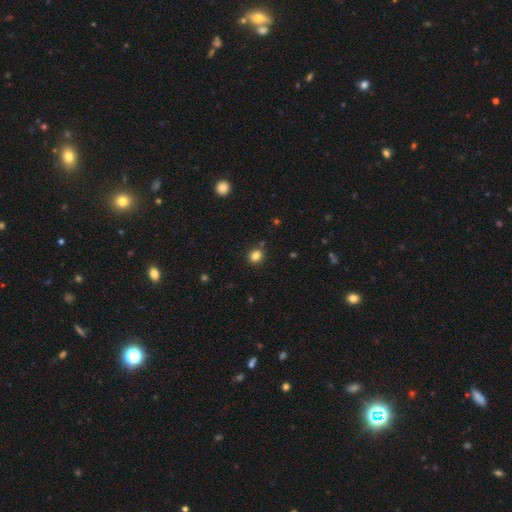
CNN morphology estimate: A smooth galaxy with no disk features (83%) that is round (80%). Merging: none (85%).